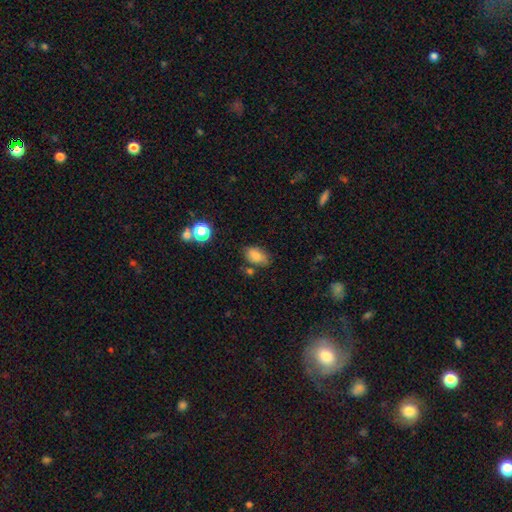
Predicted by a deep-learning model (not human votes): Morphology: type=smooth (80%); roundness=in between (87%); merging=none (65%).